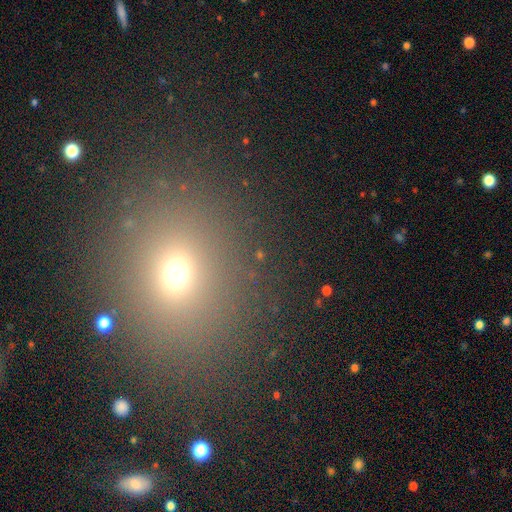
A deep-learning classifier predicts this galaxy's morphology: A smooth galaxy with no disk features (60%) that is round (66%).

Vote fractions:
- Smooth or featured? smooth: 60% / star or artifact: 32% / featured or disk: 8%
- How rounded? round: 66% / in between: 32% / cigar-shaped: 2%
- Merging? none: 86% / minor disturbance: 7% / major disturbance: 4% / merger: 3%